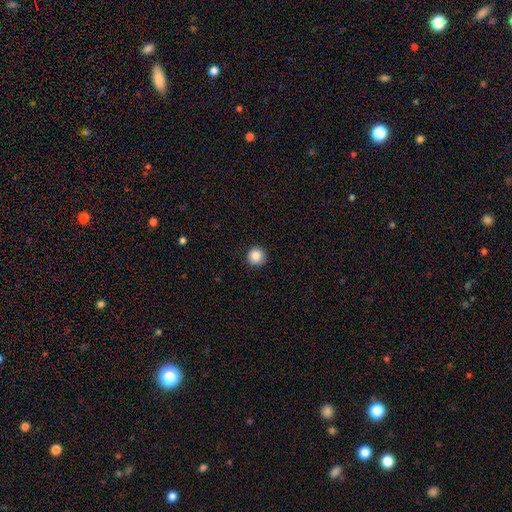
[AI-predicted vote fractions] Q: Smooth or featured?
A: smooth (87%); runner-up: star or artifact (10%)
Q: How rounded?
A: round (96%); runner-up: in between (3%)
Q: Merging?
A: none (91%); runner-up: minor disturbance (6%)